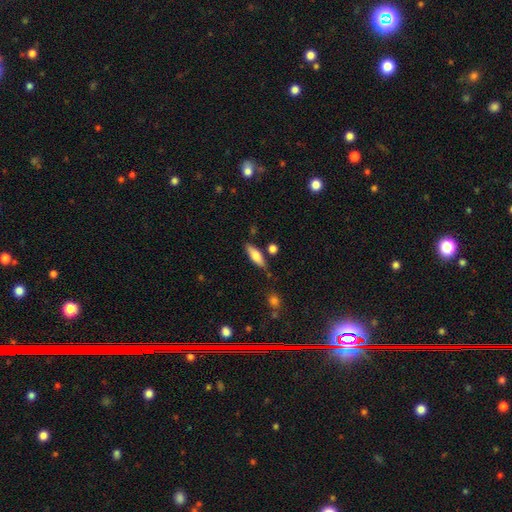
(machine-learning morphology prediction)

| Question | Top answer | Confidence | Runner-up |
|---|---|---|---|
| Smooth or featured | smooth | 70% | featured or disk (23%) |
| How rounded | in between | 53% | cigar-shaped (44%) |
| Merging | none | 76% | minor disturbance (15%) |